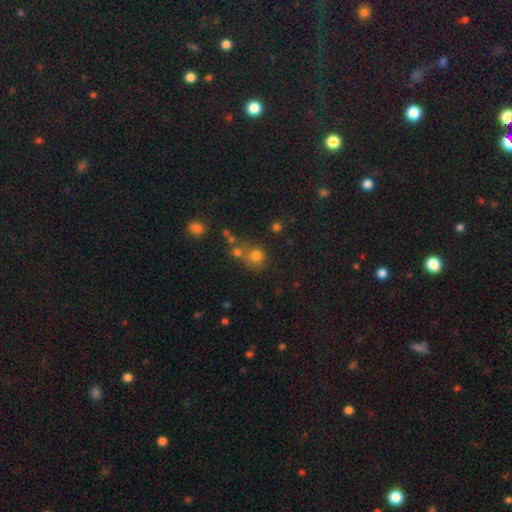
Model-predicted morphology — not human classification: Smooth or featured?
  - smooth: 73% *
  - star or artifact: 17%
  - featured or disk: 9%
How rounded?
  - round: 84% *
  - in between: 15%
  - cigar-shaped: 1%
Merging?
  - none: 54% *
  - merger: 30%
  - minor disturbance: 11%
  - major disturbance: 6%